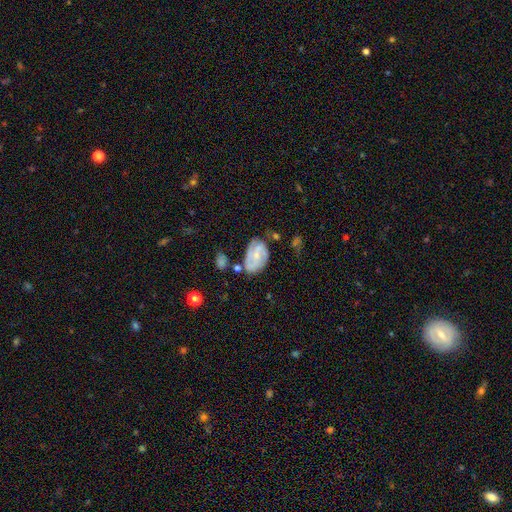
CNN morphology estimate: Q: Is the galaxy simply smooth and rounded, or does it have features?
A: featured or disk — 70%.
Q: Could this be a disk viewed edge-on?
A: no — 97%.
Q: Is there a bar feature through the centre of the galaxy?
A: weak — 47%.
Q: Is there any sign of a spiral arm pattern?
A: yes — 89%.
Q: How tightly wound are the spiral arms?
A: medium — 43%.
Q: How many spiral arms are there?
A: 2 — 69%.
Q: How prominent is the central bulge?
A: small — 59%.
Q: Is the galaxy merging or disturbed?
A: none — 56%.